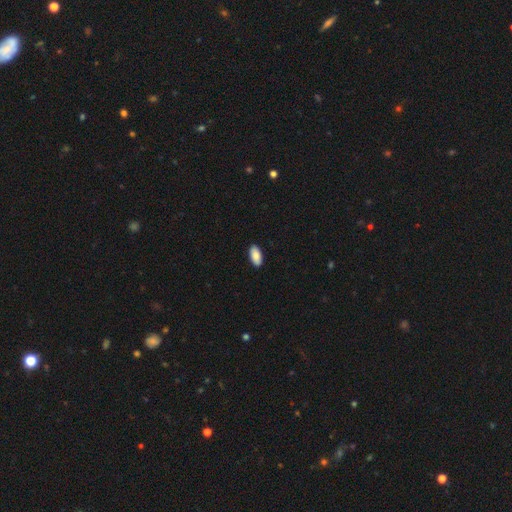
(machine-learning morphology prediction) A smooth galaxy with no disk features (87%) that is in between round and cigar-shaped (93%). Merging: none (90%).